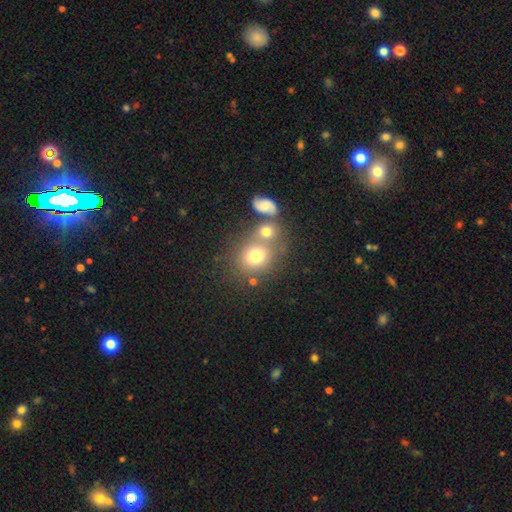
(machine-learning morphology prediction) smooth_or_featured: smooth (p=0.72) [alt: featured or disk p=0.15]
how_rounded: round (p=0.72) [alt: in between p=0.27]
merging: none (p=0.54) [alt: merger p=0.30]